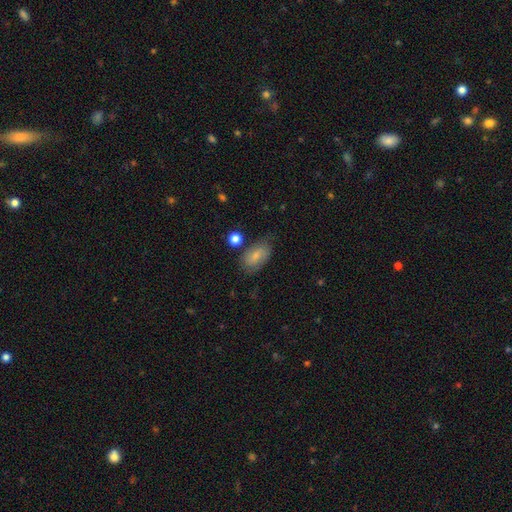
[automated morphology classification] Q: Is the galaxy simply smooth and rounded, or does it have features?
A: smooth — 72%.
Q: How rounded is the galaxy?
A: in between — 90%.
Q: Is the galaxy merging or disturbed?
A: none — 67%.